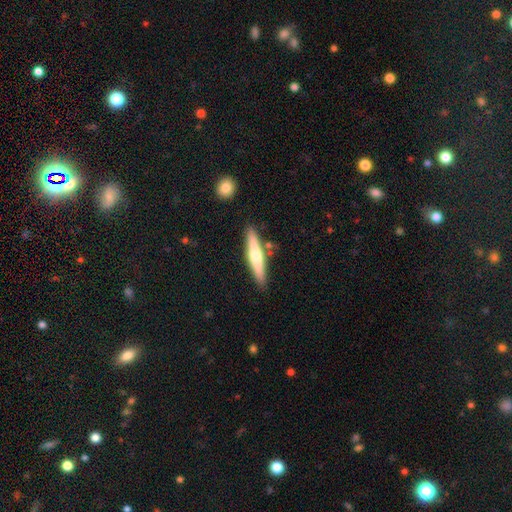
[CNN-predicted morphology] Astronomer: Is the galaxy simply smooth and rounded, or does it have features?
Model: featured or disk — 47%, tied with smooth at 47%.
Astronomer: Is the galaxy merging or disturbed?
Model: none — 84%.